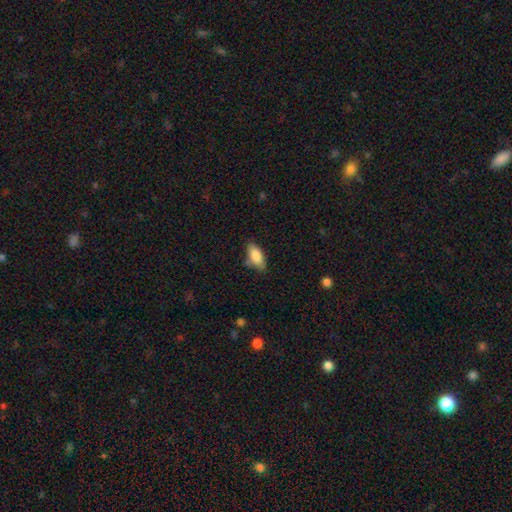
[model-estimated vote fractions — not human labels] Smooth or featured? Predicted: smooth (p=0.85). How rounded? Predicted: in between (p=0.87). Merging? Predicted: none (p=0.74).